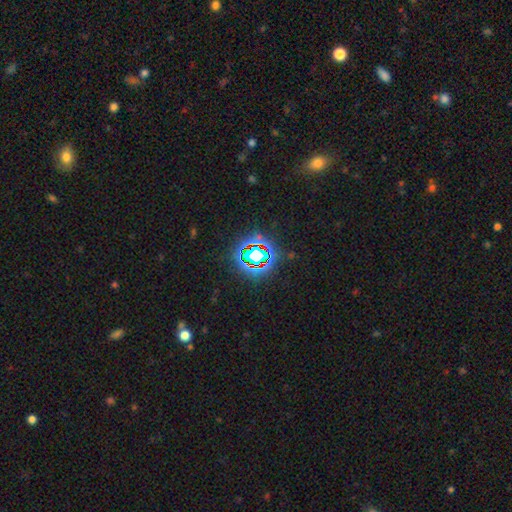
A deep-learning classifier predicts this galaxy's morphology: Smooth or featured: star or artifact — 76% (smooth — 14%)